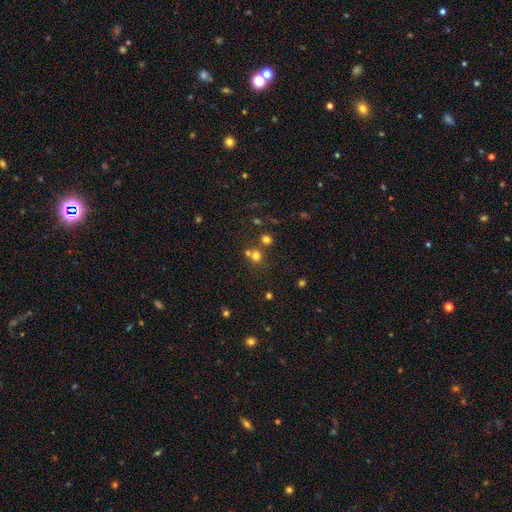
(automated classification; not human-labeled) Overall: smooth (68%). How rounded: round (86%). Merging: none (56%; merger 34%).